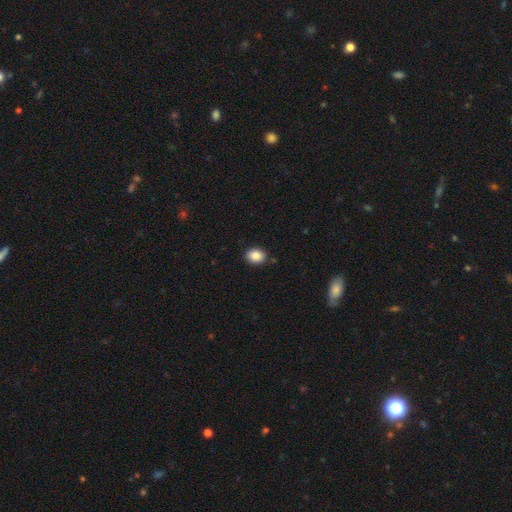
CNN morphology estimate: Smooth or featured? Predicted: smooth (p=0.88). How rounded? Predicted: in between (p=0.59). Merging? Predicted: none (p=0.88).